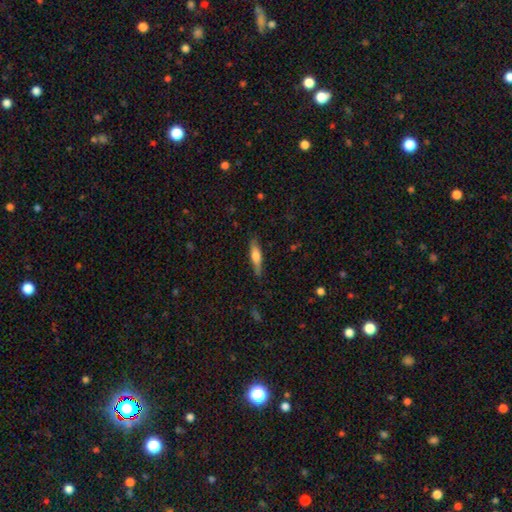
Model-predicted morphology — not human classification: smooth_or_featured: smooth (p=0.55) [alt: featured or disk p=0.39]
how_rounded: cigar-shaped (p=0.74) [alt: in between p=0.23]
merging: none (p=0.83) [alt: minor disturbance p=0.13]